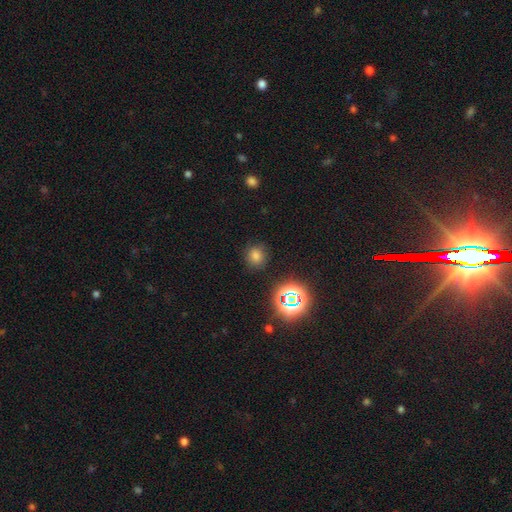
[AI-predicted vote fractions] This is likely a smooth galaxy (69%). How rounded: clearly round (87%). Merging: clearly none (86%).